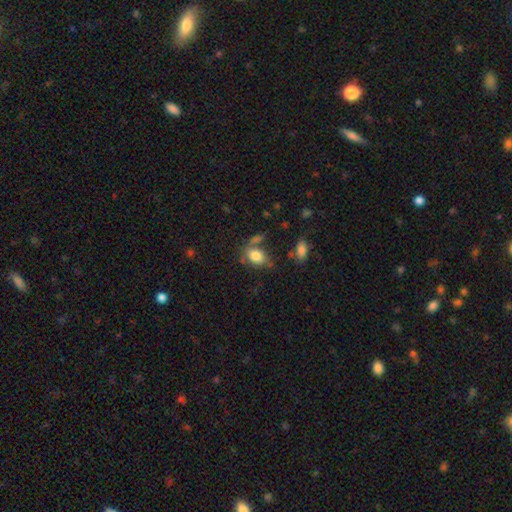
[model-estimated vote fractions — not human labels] This is clearly a smooth galaxy (81%). How rounded: likely in between (78%). Merging: possibly none (54%).